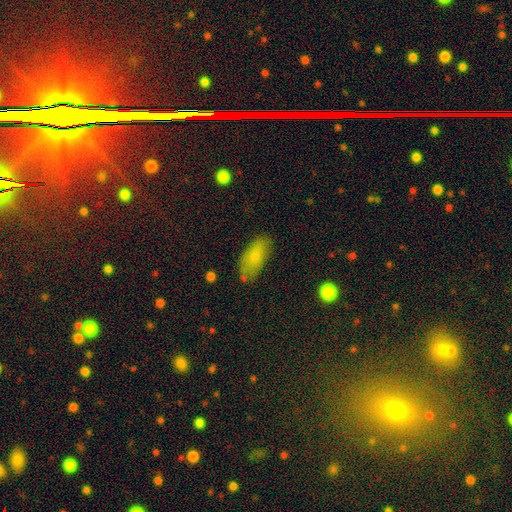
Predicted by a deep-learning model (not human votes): Smooth or featured: smooth — 79% (featured or disk — 13%)
How rounded: in between — 87% (cigar-shaped — 11%)
Merging: none — 74% (minor disturbance — 19%)